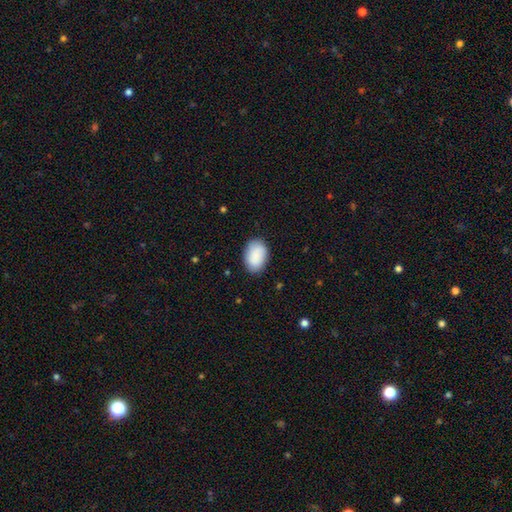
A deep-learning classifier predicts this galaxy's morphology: A smooth galaxy with no disk features (90%) that is in between round and cigar-shaped (88%).

Vote fractions:
- Smooth or featured? smooth: 90% / star or artifact: 6% / featured or disk: 4%
- How rounded? in between: 88% / round: 10% / cigar-shaped: 1%
- Merging? none: 83% / minor disturbance: 13% / major disturbance: 3% / merger: 1%